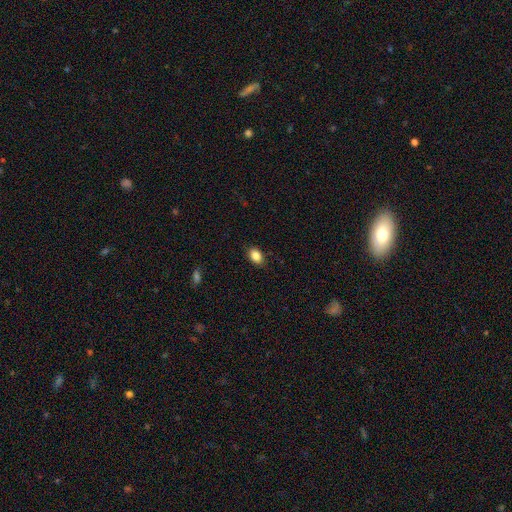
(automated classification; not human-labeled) A smooth galaxy with no disk features (87%) that is in between round and cigar-shaped (84%).

Vote fractions:
- Smooth or featured? smooth: 87% / star or artifact: 8% / featured or disk: 5%
- How rounded? in between: 84% / round: 14% / cigar-shaped: 2%
- Merging? none: 86% / minor disturbance: 11% / major disturbance: 2% / merger: 1%